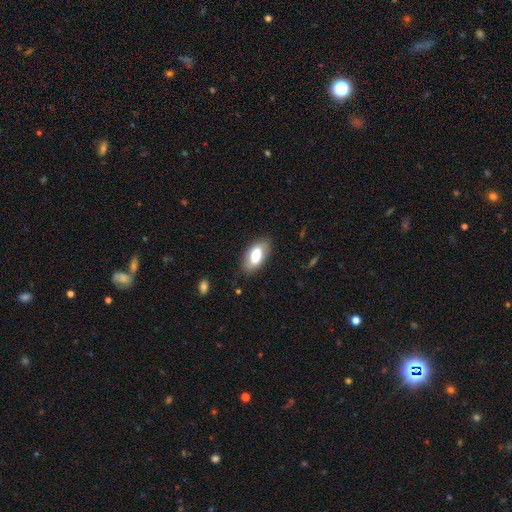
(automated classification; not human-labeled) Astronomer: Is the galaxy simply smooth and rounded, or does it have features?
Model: smooth — 73%.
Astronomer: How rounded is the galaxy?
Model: in between — 92%.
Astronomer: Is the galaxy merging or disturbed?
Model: none — 81%.